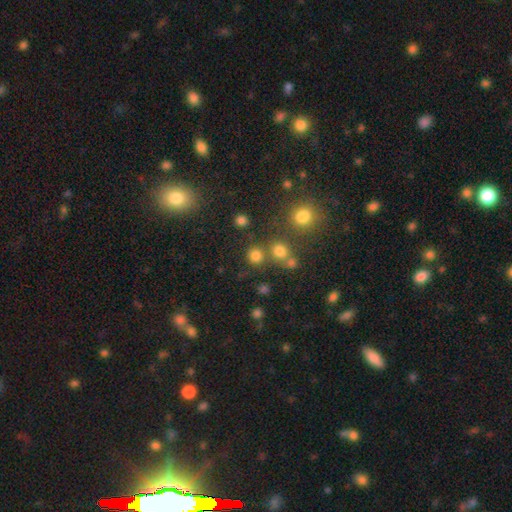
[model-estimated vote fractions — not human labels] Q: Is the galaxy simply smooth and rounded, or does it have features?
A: smooth — 78%.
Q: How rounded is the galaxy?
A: round — 91%.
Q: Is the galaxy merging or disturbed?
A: none — 75%.